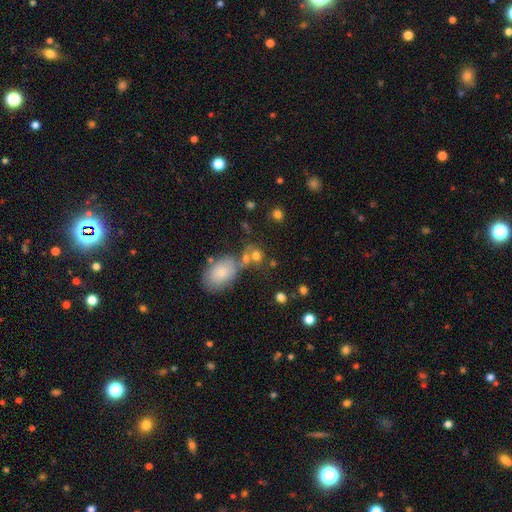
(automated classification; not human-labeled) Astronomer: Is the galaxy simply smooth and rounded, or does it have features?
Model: smooth — 73%.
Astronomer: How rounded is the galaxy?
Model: round — 65%.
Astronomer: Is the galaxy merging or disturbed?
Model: none — 45% (runner-up: merger, 35%).